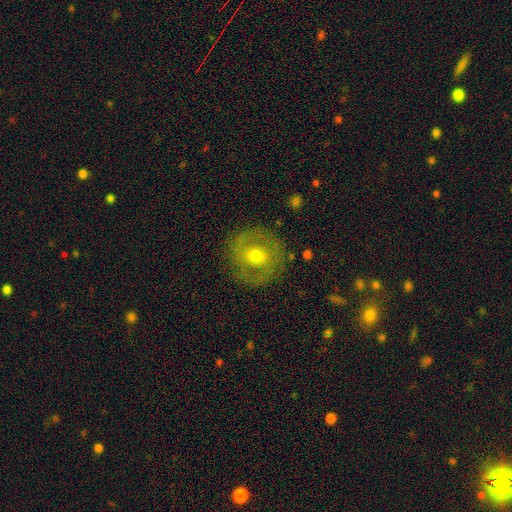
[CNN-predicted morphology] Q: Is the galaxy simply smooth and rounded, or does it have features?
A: smooth — 47%.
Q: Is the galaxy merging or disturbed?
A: none — 82%.